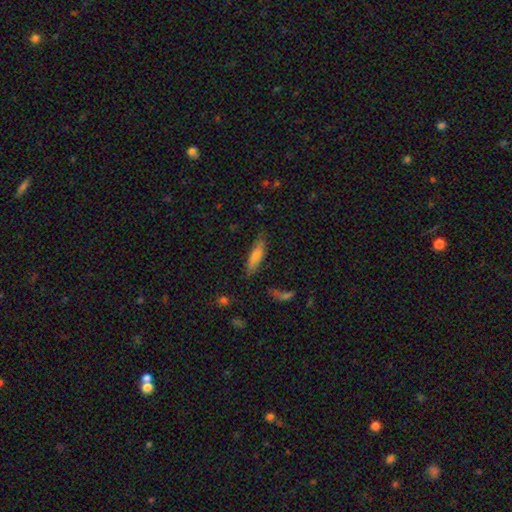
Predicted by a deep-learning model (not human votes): Smooth or featured? smooth (68%)
How rounded? cigar-shaped (66%)
Merging? none (78%)